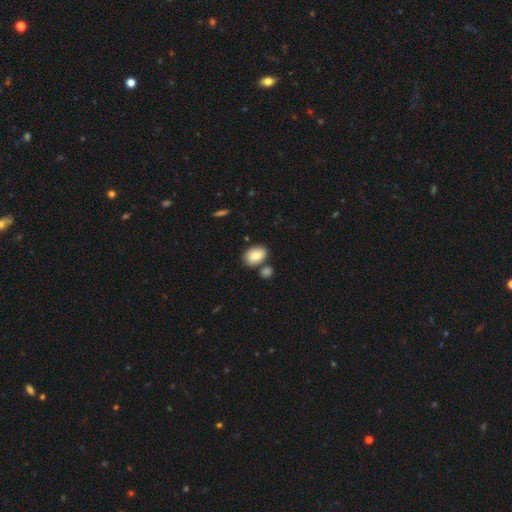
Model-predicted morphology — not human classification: A smooth galaxy with no disk features (80%) that is in between round and cigar-shaped (82%). Merging: none (71%).